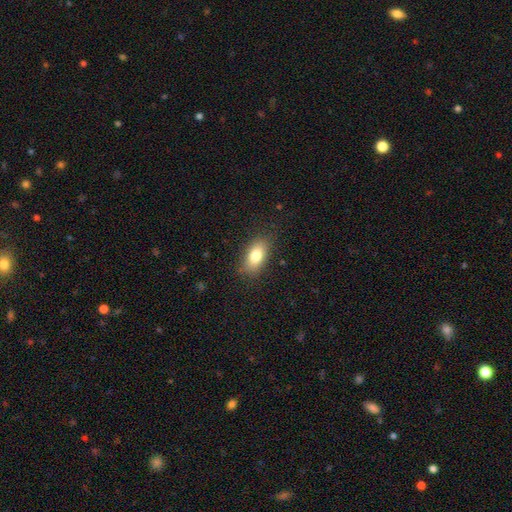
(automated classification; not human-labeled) Smooth or featured? Predicted: smooth (p=0.80). How rounded? Predicted: in between (p=0.87). Merging? Predicted: none (p=0.83).